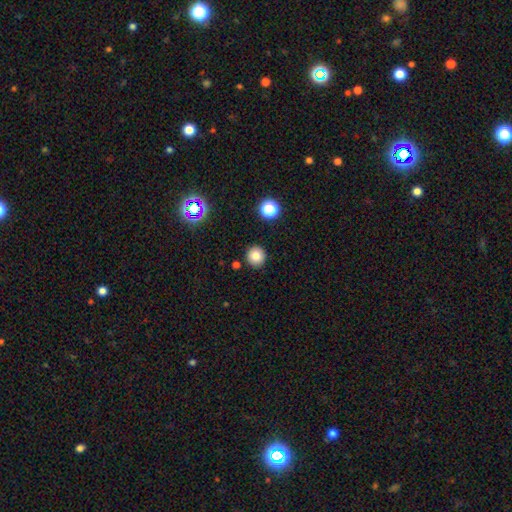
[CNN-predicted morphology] Overall: smooth (80%). How rounded: round (94%). Merging: none (89%).